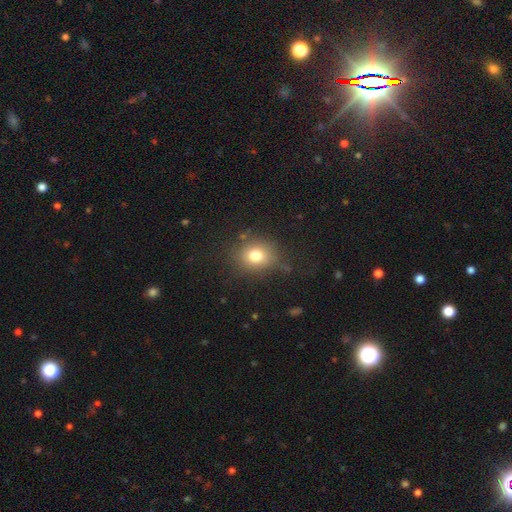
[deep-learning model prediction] The model was most divided on "how rounded": round: 72%, in between: 27%, cigar-shaped: 1%. More confident: merging — none (78%); smooth or featured — smooth (76%).